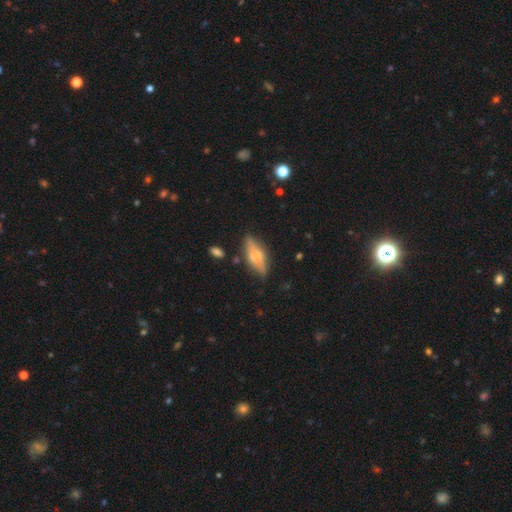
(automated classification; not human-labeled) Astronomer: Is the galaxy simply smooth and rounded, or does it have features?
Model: featured or disk — 47% (runner-up: smooth, 45%).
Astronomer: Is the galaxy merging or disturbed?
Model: none — 71%.